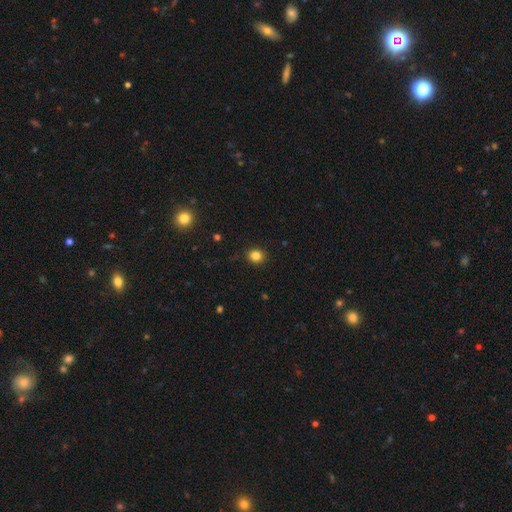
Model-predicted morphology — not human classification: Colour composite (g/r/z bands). It shows a smooth galaxy with no disk features (84%) that is round (82%). Merging: none (90%).